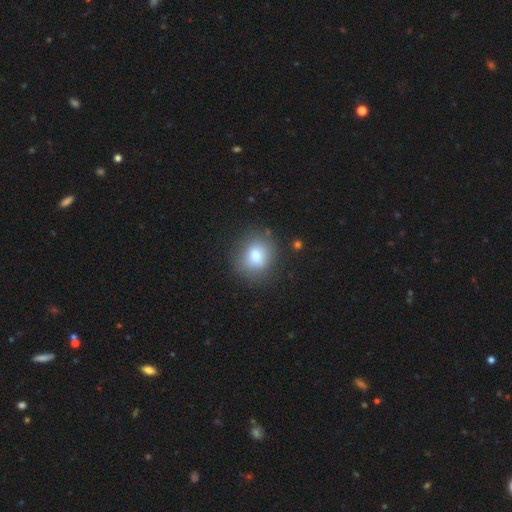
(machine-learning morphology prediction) Smooth or featured? Predicted: smooth (p=0.80). How rounded? Predicted: round (p=0.66). Merging? Predicted: none (p=0.80).